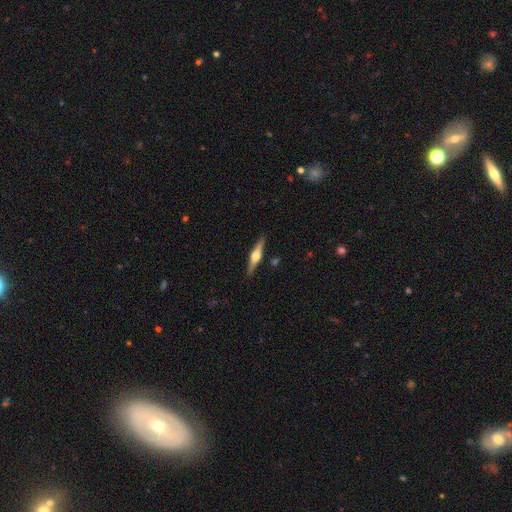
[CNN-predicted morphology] Q: Smooth or featured?
A: featured or disk (73%); runner-up: smooth (21%)
Q: Edge-on disk?
A: yes (98%); runner-up: no (2%)
Q: Edge-on bulge?
A: rounded (94%); runner-up: boxy (4%)
Q: Merging?
A: none (89%); runner-up: minor disturbance (7%)